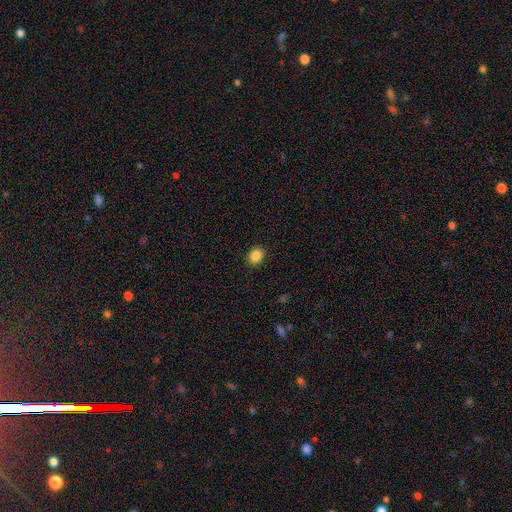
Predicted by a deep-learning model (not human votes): Overall: smooth (86%). How rounded: round (65%; in between 34%). Merging: none (91%).